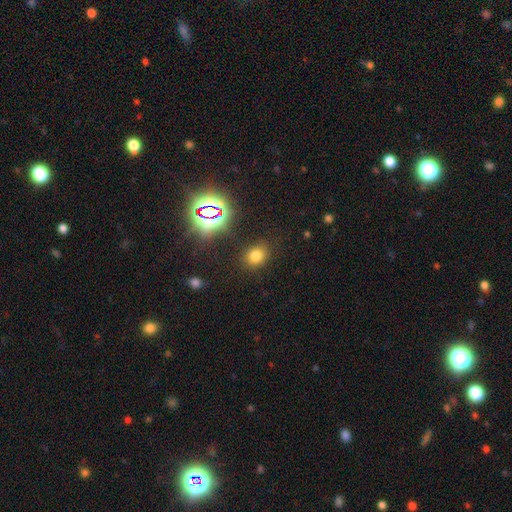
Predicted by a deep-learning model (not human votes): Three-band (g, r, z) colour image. It shows a smooth galaxy with no disk features (71%) that is round (55%). Merging: none (84%).